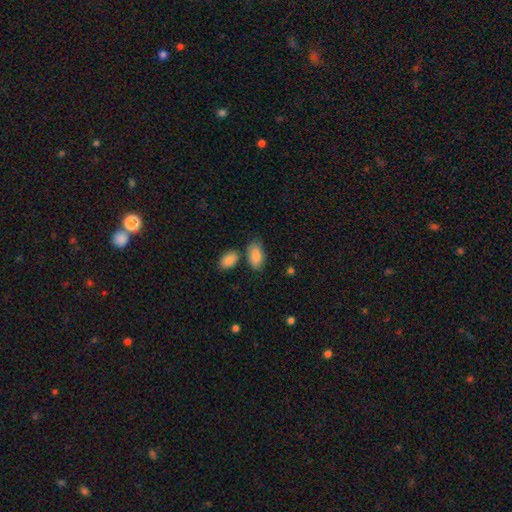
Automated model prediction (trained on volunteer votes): This appears to be a smooth galaxy with no disk features (86%) that is in between round and cigar-shaped (94%). Merging: none (62%).